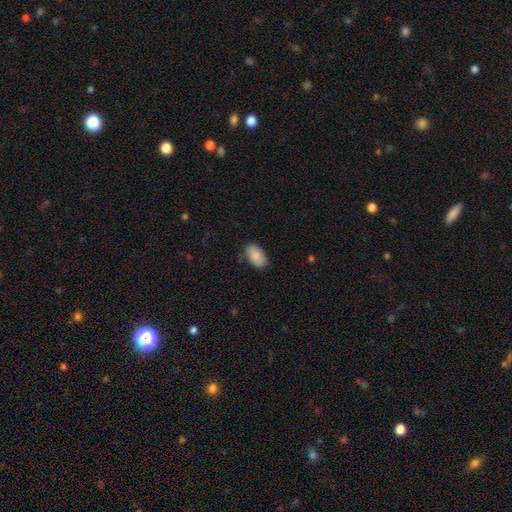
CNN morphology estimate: Overall: smooth (88%). How rounded: in between (94%). Merging: none (79%).